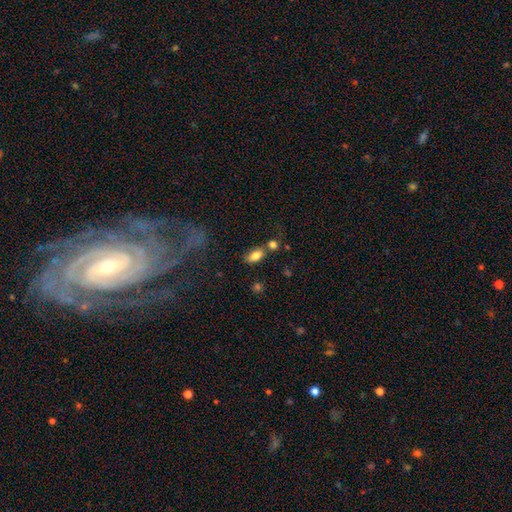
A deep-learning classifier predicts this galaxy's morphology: A smooth galaxy with no disk features (79%) that is in between round and cigar-shaped (87%). Merging: none (62%).